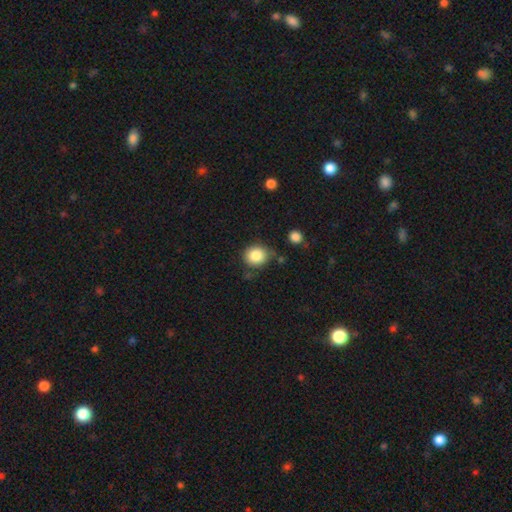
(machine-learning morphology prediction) A smooth galaxy with no disk features (85%) that is round (81%).

Vote fractions:
- Smooth or featured? smooth: 85% / star or artifact: 9% / featured or disk: 6%
- How rounded? round: 81% / in between: 18% / cigar-shaped: 1%
- Merging? none: 73% / minor disturbance: 17% / merger: 6% / major disturbance: 5%